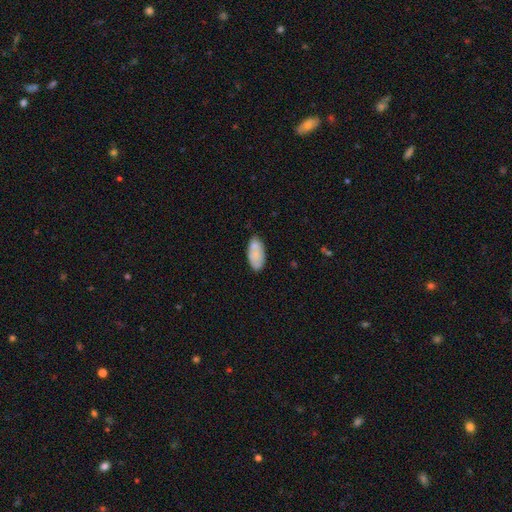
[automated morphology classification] Q: Smooth or featured?
A: smooth (76%); runner-up: featured or disk (17%)
Q: How rounded?
A: in between (92%); runner-up: cigar-shaped (5%)
Q: Merging?
A: none (67%); runner-up: minor disturbance (21%)